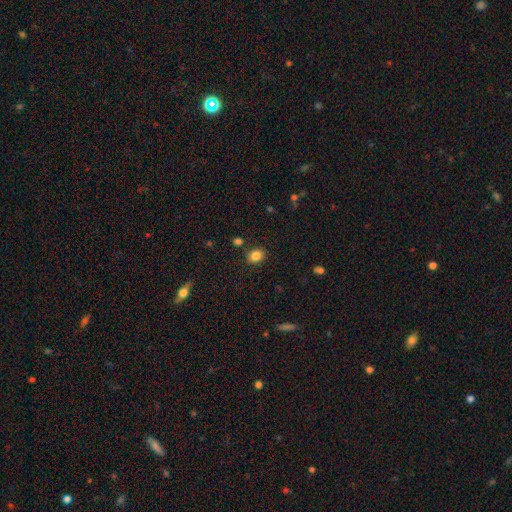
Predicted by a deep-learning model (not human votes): Smooth or featured?
  - smooth: 83% *
  - star or artifact: 11%
  - featured or disk: 6%
How rounded?
  - in between: 50% *
  - round: 49%
  - cigar-shaped: 1%
Merging?
  - none: 84% *
  - minor disturbance: 10%
  - merger: 4%
  - major disturbance: 3%